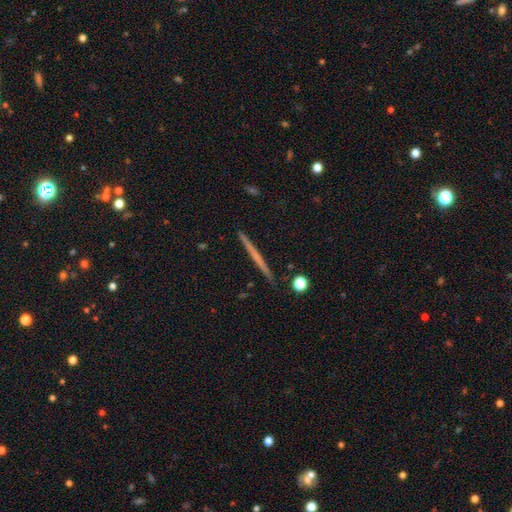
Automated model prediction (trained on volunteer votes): The model was most divided on "smooth or featured": featured or disk: 53%, smooth: 41%, star or artifact: 6%. More confident: edge-on disk — yes (98%); merging — none (92%); edge-on bulge — none (91%).